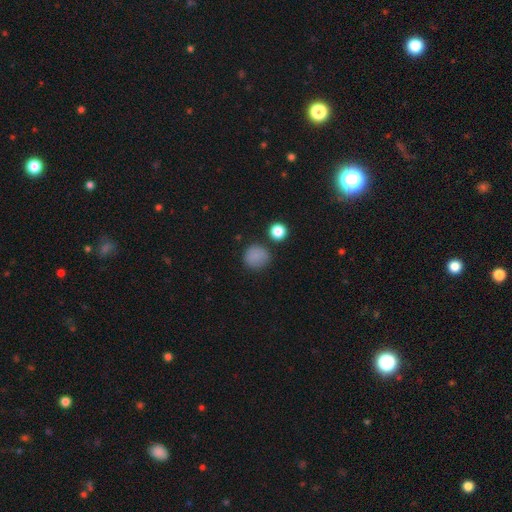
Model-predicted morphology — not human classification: smooth_or_featured: smooth (p=0.83) [alt: star or artifact p=0.12]
how_rounded: round (p=0.91) [alt: in between p=0.08]
merging: none (p=0.80) [alt: minor disturbance p=0.12]